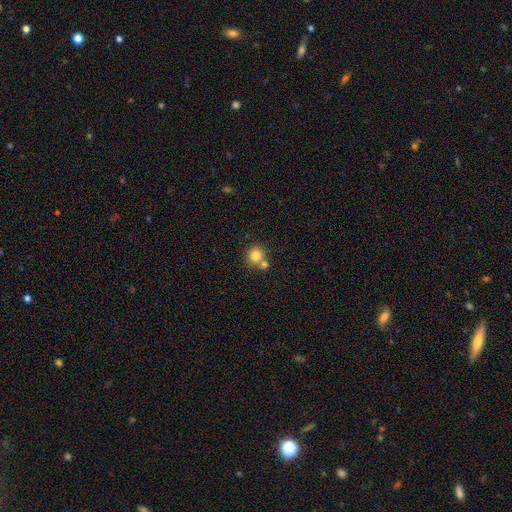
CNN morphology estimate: Q: Smooth or featured?
A: smooth (81%); runner-up: star or artifact (11%)
Q: How rounded?
A: round (87%); runner-up: in between (12%)
Q: Merging?
A: none (57%); runner-up: merger (32%)